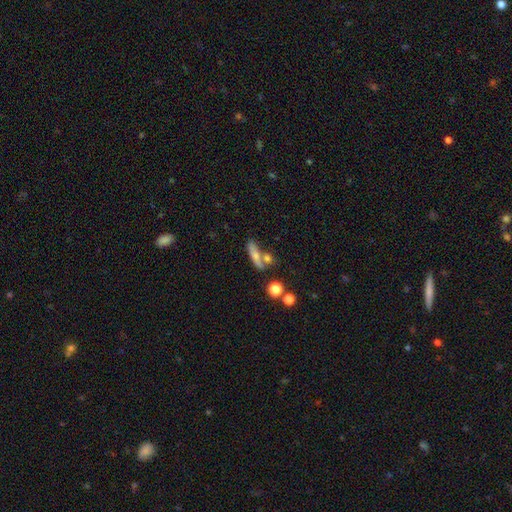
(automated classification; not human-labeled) Smooth or featured: smooth — 65% (featured or disk — 25%)
How rounded: cigar-shaped — 63% (in between — 29%)
Merging: none — 52% (merger — 27%)